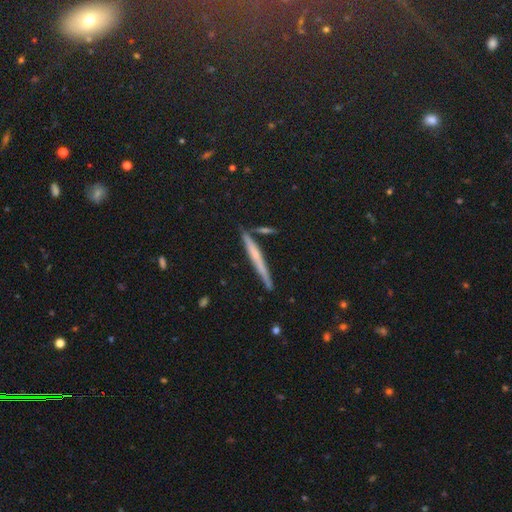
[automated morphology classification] A featured or disk galaxy (48%). Merging: none (84%).